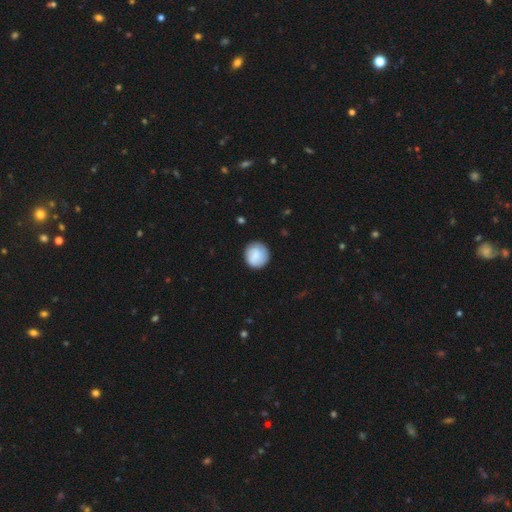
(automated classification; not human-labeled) This appears to be a smooth galaxy with no disk features (80%) that is round (93%). Merging: none (84%).